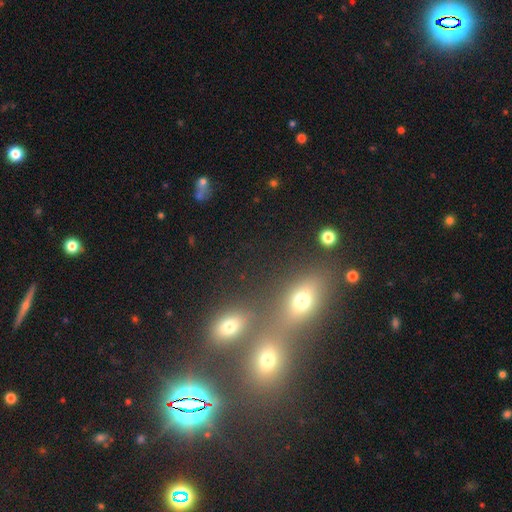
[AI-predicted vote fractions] A star or artifact, not a galaxy (45%).